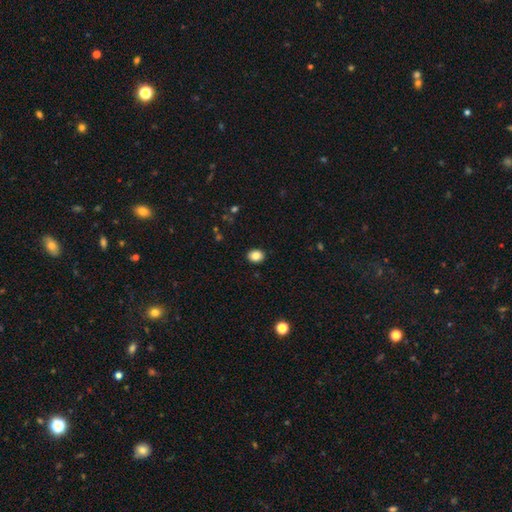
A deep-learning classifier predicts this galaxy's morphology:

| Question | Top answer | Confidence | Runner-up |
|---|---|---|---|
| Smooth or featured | smooth | 85% | star or artifact (9%) |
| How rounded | in between | 54% | round (45%) |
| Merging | none | 91% | minor disturbance (7%) |